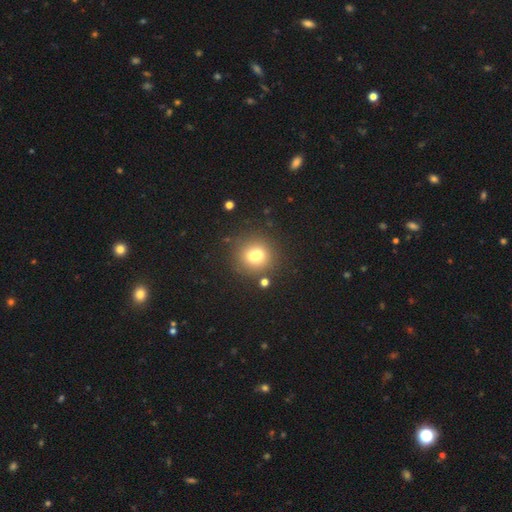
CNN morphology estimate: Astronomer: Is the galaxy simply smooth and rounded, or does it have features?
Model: smooth — 70%.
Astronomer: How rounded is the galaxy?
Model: round — 80%.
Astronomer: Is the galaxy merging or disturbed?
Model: none — 60%.